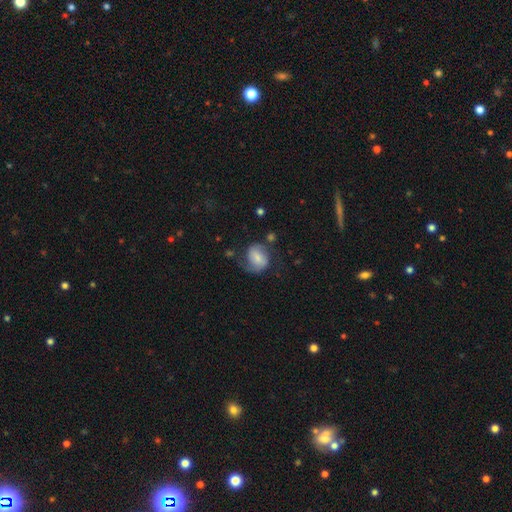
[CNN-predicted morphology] Overall: featured or disk (53%; smooth 38%). Edge-on disk: no (97%). Bar: weak (44%; no 33%). Spiral arms: yes (85%). Bulge size: small (42%; moderate 30%). Merging: none (50%; major disturbance 23%).